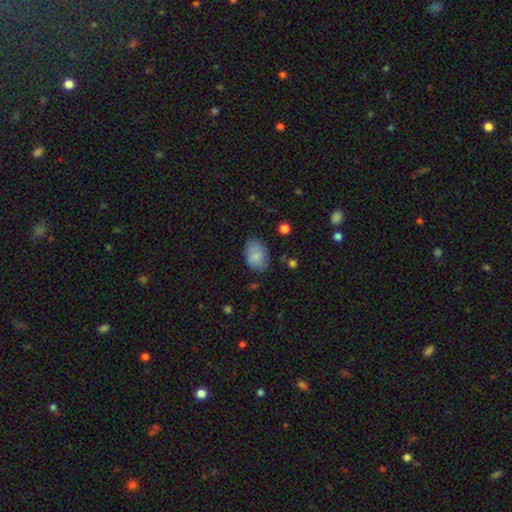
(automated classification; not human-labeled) Morphology: type=smooth (83%); roundness=in between (85%); merging=none (75%).